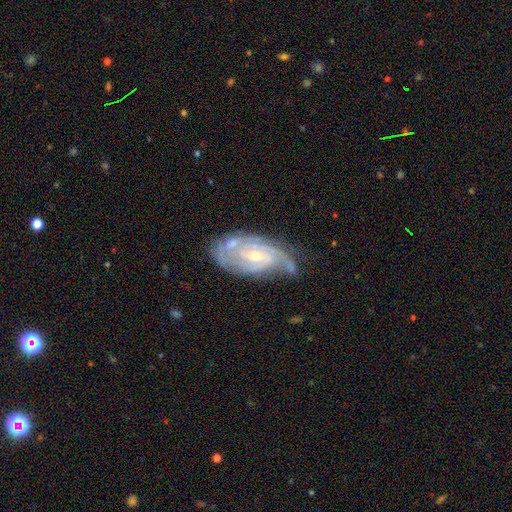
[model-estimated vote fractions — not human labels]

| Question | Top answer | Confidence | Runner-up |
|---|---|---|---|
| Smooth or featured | featured or disk | 85% | smooth (10%) |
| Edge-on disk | no | 95% | yes (5%) |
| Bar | no | 51% | weak (40%) |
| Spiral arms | yes | 94% | no (6%) |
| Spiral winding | tight | 58% | medium (33%) |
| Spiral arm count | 2 | 34% | can't tell (29%) |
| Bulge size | small | 61% | moderate (35%) |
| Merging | none | 53% | minor disturbance (28%) |